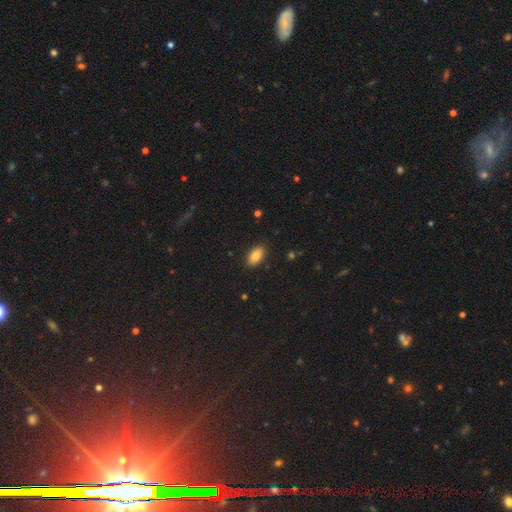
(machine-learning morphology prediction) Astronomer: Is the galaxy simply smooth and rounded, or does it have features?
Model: smooth — 82%.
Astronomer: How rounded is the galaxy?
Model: in between — 93%.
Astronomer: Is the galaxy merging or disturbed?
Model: none — 87%.